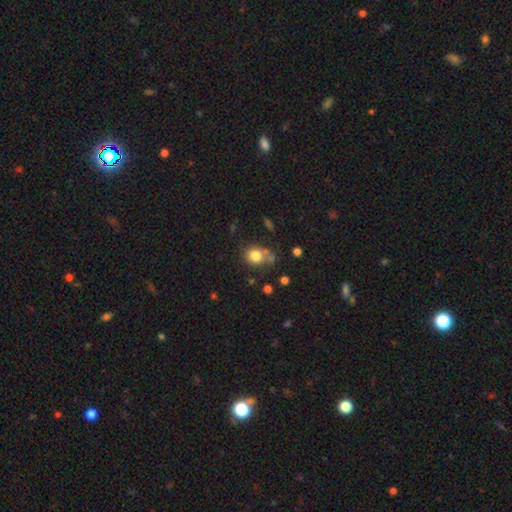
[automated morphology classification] Smooth or featured? smooth (80%)
How rounded? round (69%)
Merging? none (59%)